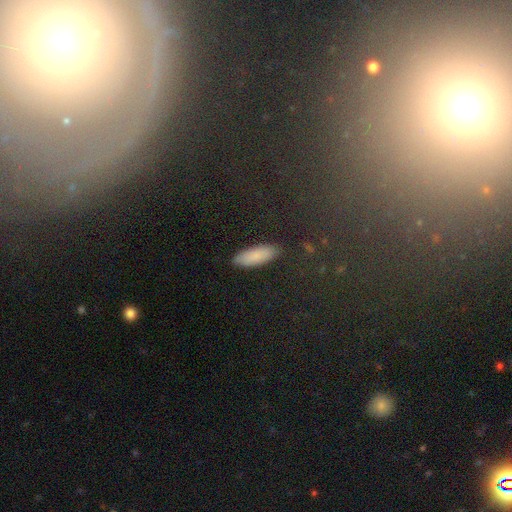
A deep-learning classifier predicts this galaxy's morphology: This appears to be a smooth galaxy with no disk features (85%) that is in between round and cigar-shaped (62%). Merging: none (87%).